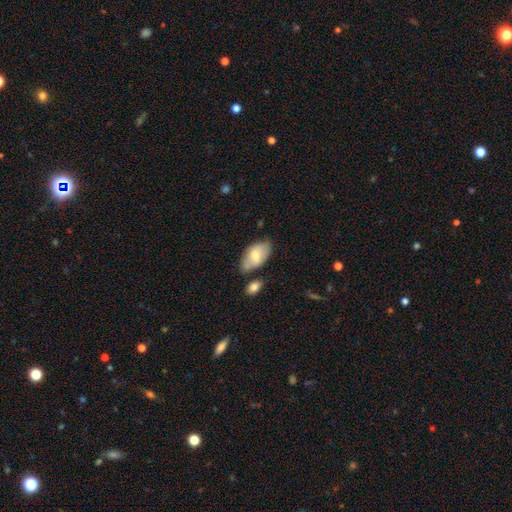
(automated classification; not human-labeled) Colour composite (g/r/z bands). It shows a smooth galaxy with no disk features (66%) that is in between round and cigar-shaped (94%). Merging: none (58%).